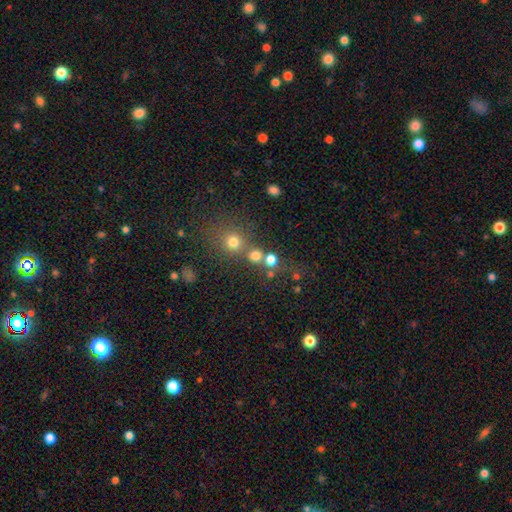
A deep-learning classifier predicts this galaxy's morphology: Q: Smooth or featured?
A: smooth (63%); runner-up: star or artifact (25%)
Q: How rounded?
A: round (87%); runner-up: in between (11%)
Q: Merging?
A: none (59%); runner-up: merger (28%)